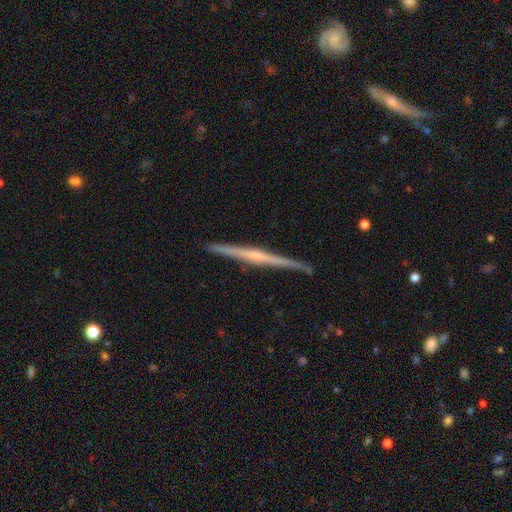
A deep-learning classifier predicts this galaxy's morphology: This is likely a featured or disk galaxy (80%). It is clearly viewed edge-on (98%). Edge-on bulge: possibly rounded (60%). Merging: clearly none (91%).